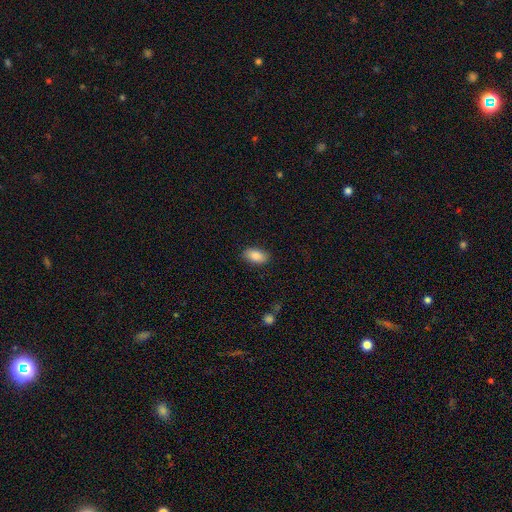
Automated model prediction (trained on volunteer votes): This appears to be a smooth galaxy with no disk features (87%) that is in between round and cigar-shaped (92%). Merging: none (88%).